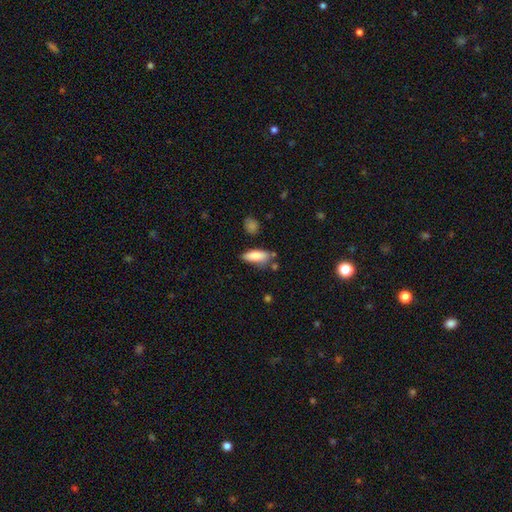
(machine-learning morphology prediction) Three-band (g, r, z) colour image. It shows a smooth galaxy with no disk features (82%) that is in between round and cigar-shaped (67%). Merging: none (67%).